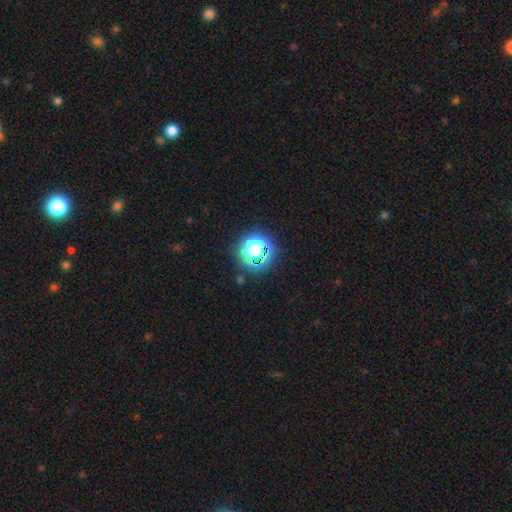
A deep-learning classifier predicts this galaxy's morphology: Smooth or featured: star or artifact — 78% (smooth — 16%)